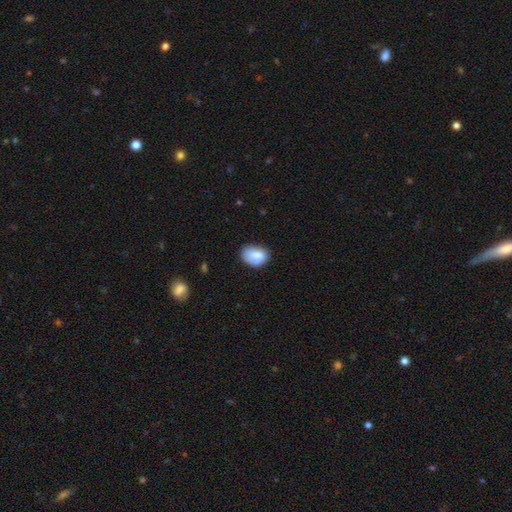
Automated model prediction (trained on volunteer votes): Smooth or featured?
  - smooth: 77% *
  - featured or disk: 15%
  - star or artifact: 7%
How rounded?
  - in between: 78% *
  - round: 21%
  - cigar-shaped: 1%
Merging?
  - none: 65% *
  - minor disturbance: 25%
  - major disturbance: 7%
  - merger: 4%